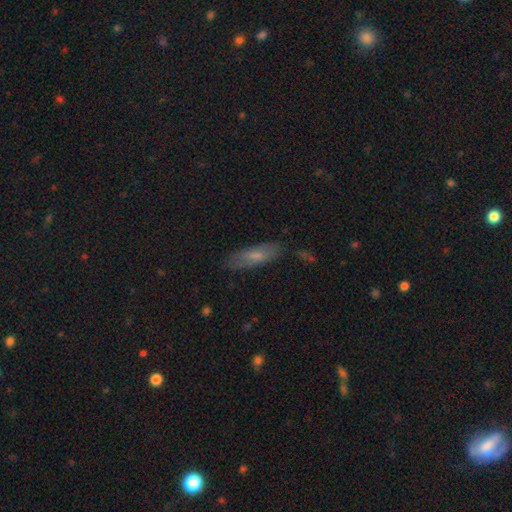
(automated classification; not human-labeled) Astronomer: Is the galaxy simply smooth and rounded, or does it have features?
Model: smooth — 66%.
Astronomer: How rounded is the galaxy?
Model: cigar-shaped — 51% (runner-up: in between, 47%).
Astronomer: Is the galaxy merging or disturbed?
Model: none — 81%.